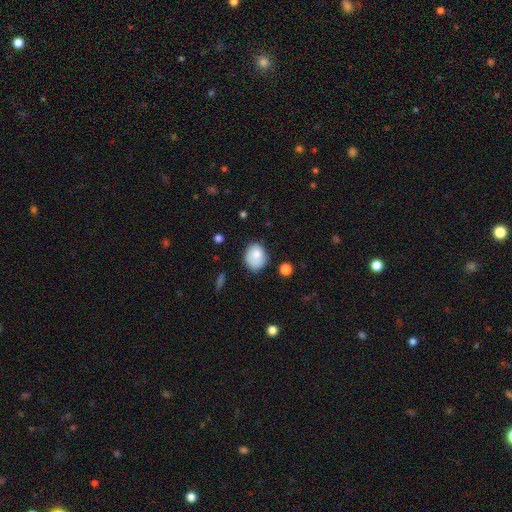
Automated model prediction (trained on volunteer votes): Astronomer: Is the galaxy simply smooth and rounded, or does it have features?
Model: smooth — 81%.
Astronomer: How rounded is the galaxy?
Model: round — 57% (runner-up: in between, 42%).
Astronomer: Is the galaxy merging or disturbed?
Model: none — 64%.